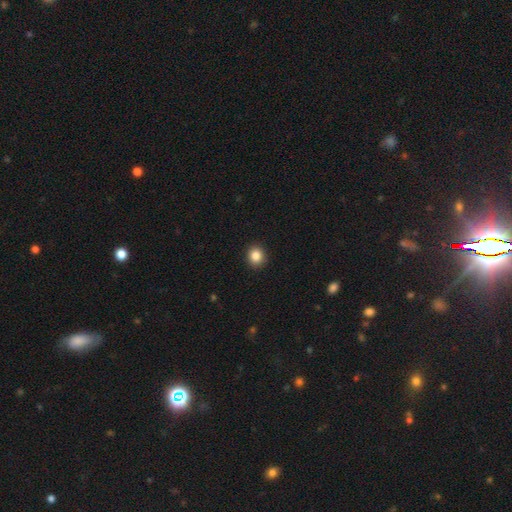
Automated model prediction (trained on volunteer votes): Overall: smooth (86%). How rounded: round (81%). Merging: none (92%).